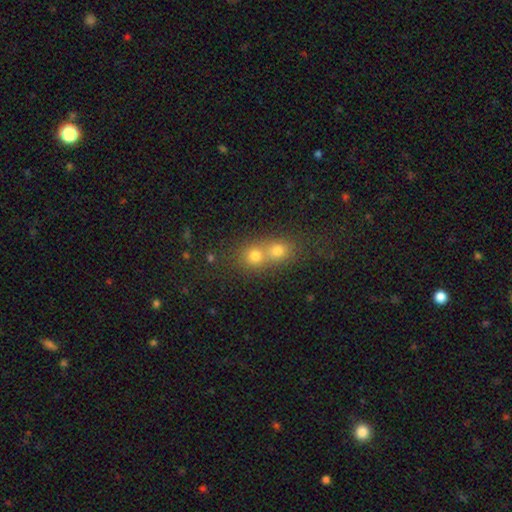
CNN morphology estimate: Overall: smooth (71%). How rounded: round (80%). Merging: merger (64%; none 30%).